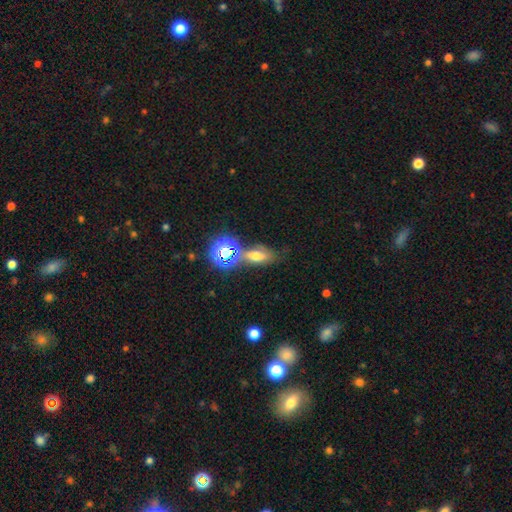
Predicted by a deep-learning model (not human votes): Smooth or featured? smooth (53%)
How rounded? in between (69%)
Merging? none (58%)